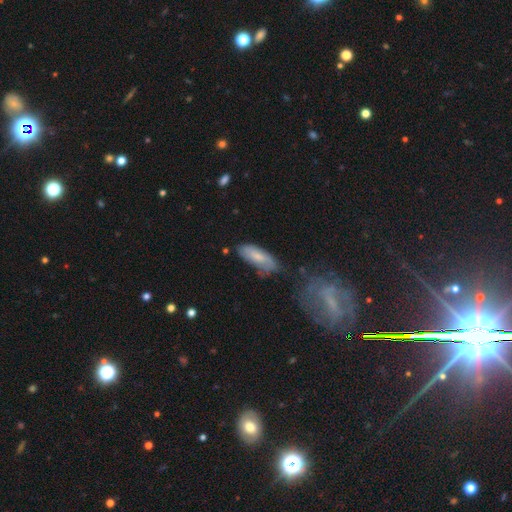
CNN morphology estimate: smooth-or-featured: smooth: 62% | featured or disk: 30% | star or artifact: 8%
  how-rounded: in between: 70% | cigar-shaped: 28% | round: 2%
  merging: none: 60% | minor disturbance: 26% | major disturbance: 8% | merger: 5%